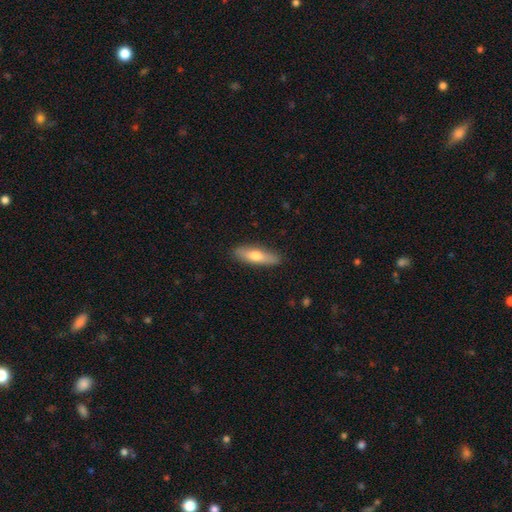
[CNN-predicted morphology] Smooth or featured: smooth — 67% (featured or disk — 27%)
How rounded: cigar-shaped — 60% (in between — 38%)
Merging: none — 88% (minor disturbance — 9%)